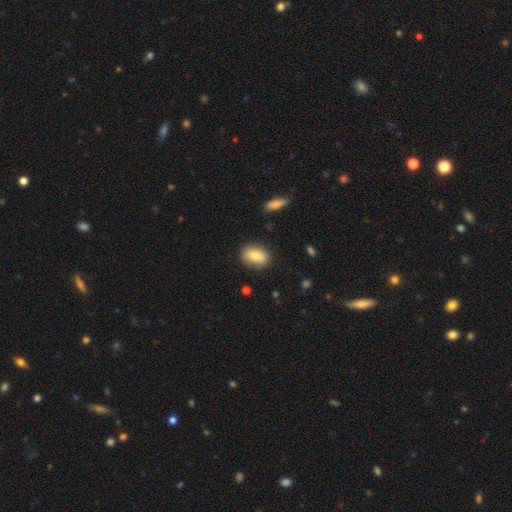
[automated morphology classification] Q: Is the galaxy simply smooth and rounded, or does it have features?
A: smooth — 80%.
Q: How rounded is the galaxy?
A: in between — 85%.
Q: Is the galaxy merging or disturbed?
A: none — 81%.